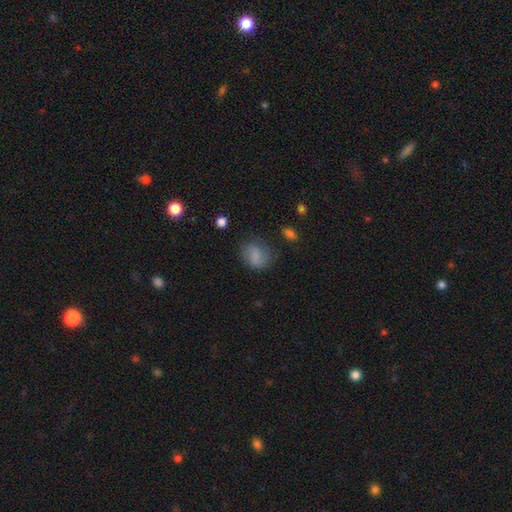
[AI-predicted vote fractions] smooth_or_featured: smooth (p=0.73) [alt: featured or disk p=0.18]
how_rounded: in between (p=0.50) [alt: round p=0.48]
merging: none (p=0.67) [alt: minor disturbance p=0.22]